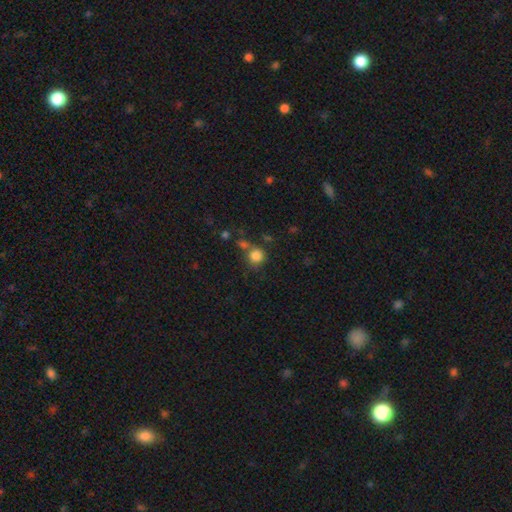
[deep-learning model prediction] This is clearly a smooth galaxy (83%). How rounded: clearly round (89%). Merging: likely none (62%).